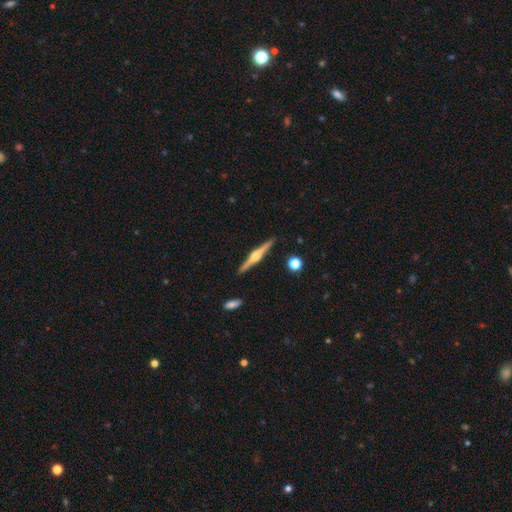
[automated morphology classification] Smooth or featured?
  - featured or disk: 80% *
  - smooth: 15%
  - star or artifact: 5%
Edge-on disk?
  - yes: 98% *
  - no: 2%
Edge-on bulge?
  - rounded: 92% *
  - boxy: 6%
  - none: 2%
Merging?
  - none: 91% *
  - minor disturbance: 7%
  - merger: 2%
  - major disturbance: 1%